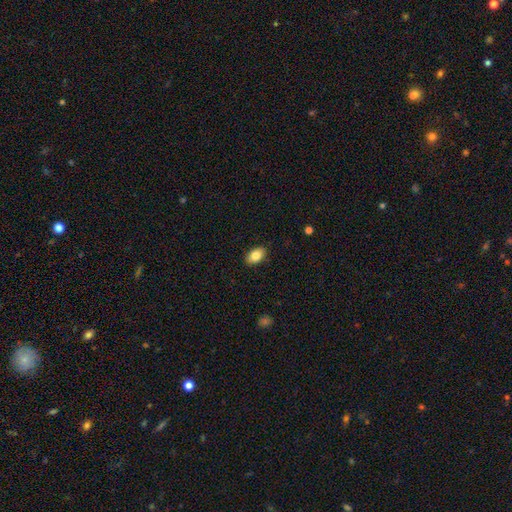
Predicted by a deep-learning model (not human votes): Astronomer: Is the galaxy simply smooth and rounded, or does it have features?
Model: smooth — 84%.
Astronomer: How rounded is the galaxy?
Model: in between — 90%.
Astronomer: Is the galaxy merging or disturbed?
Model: none — 88%.